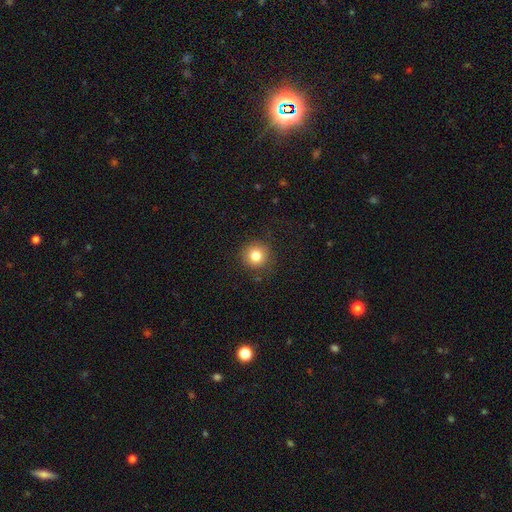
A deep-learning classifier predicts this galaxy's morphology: smooth-or-featured: smooth: 81% | star or artifact: 11% | featured or disk: 7%
  how-rounded: round: 94% | in between: 5% | cigar-shaped: 1%
  merging: none: 88% | minor disturbance: 8% | major disturbance: 3% | merger: 1%